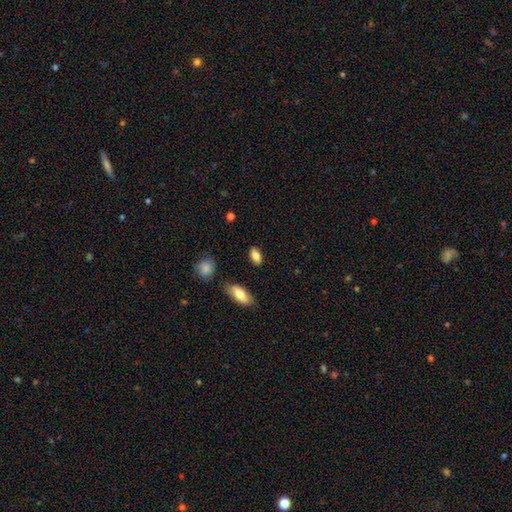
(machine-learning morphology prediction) A smooth galaxy with no disk features (84%) that is in between round and cigar-shaped (89%). Merging: none (85%).